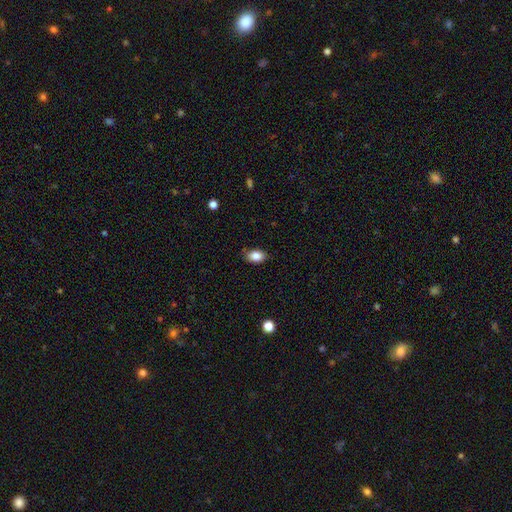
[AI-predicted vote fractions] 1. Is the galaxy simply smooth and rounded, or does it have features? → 86% smooth, 8% star or artifact, 6% featured or disk.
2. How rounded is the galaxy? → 84% in between, 14% round, 1% cigar-shaped.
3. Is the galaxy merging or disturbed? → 85% none, 12% minor disturbance, 2% major disturbance, 1% merger.